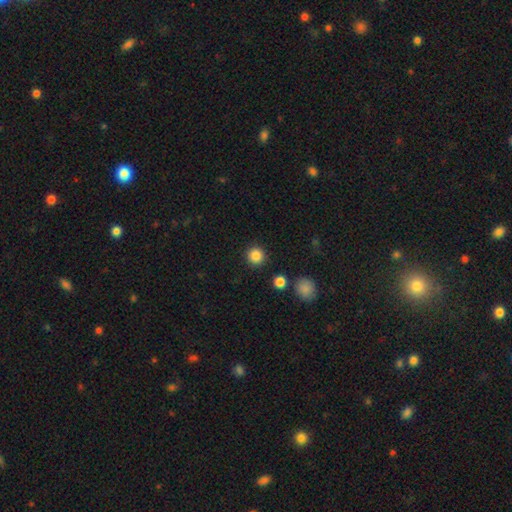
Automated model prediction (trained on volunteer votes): smooth 86%, star or artifact 11%, featured or disk 4%. Down the decision tree: how rounded — round (95%); merging — none (91%).